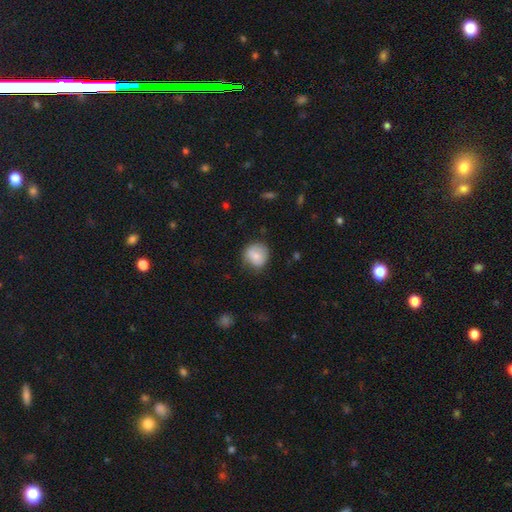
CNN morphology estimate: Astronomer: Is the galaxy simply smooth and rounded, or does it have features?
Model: smooth — 79%.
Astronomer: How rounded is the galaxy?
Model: round — 84%.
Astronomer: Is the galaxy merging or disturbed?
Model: none — 68%.